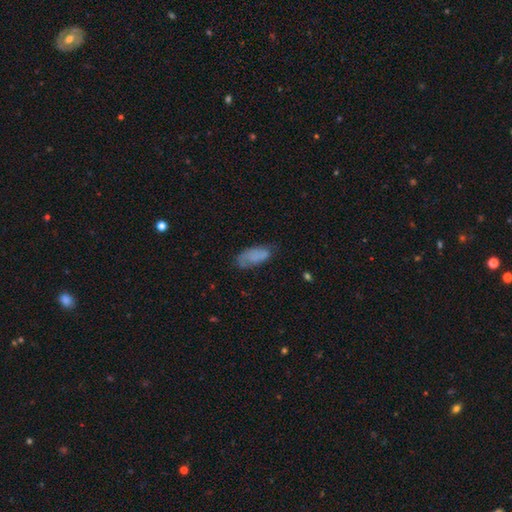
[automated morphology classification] type=smooth (75%); roundness=in between (85%); merging=none (57%).